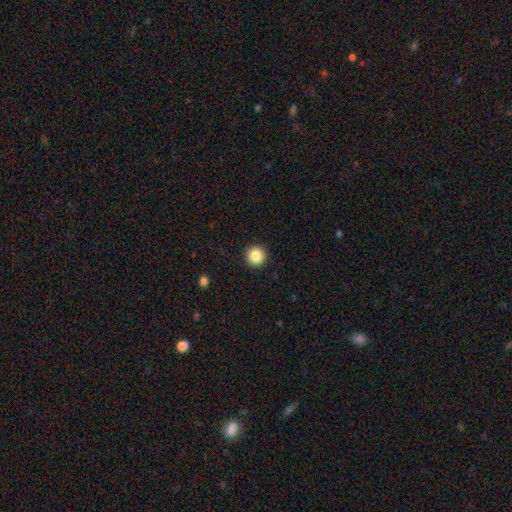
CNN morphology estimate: Smooth or featured: smooth — 86% (star or artifact — 10%)
How rounded: round — 96% (in between — 3%)
Merging: none — 93% (minor disturbance — 4%)